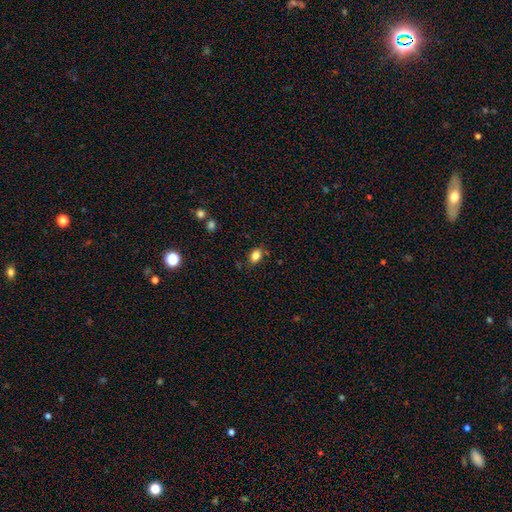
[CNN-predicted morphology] Smooth or featured?
  - smooth: 83% *
  - star or artifact: 11%
  - featured or disk: 6%
How rounded?
  - in between: 77% *
  - round: 21%
  - cigar-shaped: 2%
Merging?
  - none: 80% *
  - minor disturbance: 14%
  - major disturbance: 3%
  - merger: 3%